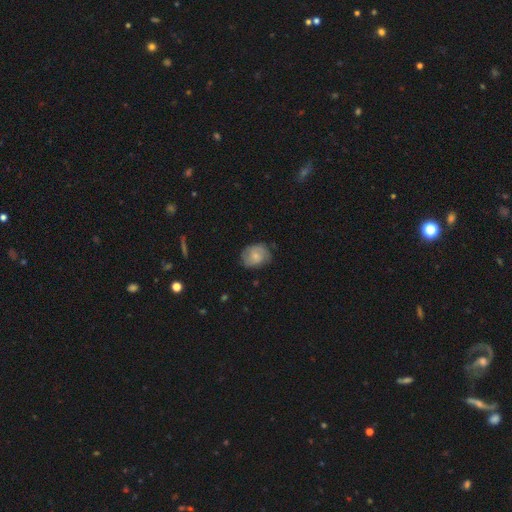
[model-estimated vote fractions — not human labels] Q: Smooth or featured?
A: smooth (52%); runner-up: featured or disk (40%)
Q: How rounded?
A: round (51%); runner-up: in between (48%)
Q: Merging?
A: none (68%); runner-up: minor disturbance (24%)